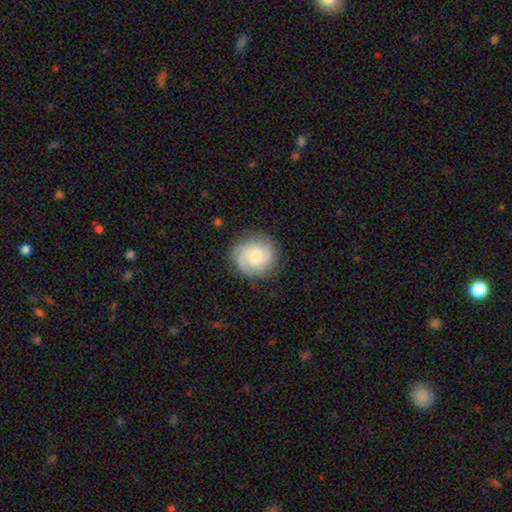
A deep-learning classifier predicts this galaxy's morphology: Smooth or featured? featured or disk (65%)
Edge-on disk? no (98%)
Bar? no (68%)
Spiral arms? yes (95%)
Spiral winding? tight (58%)
Spiral arm count? 2 (41%)
Bulge size? small (42%)
Merging? none (82%)